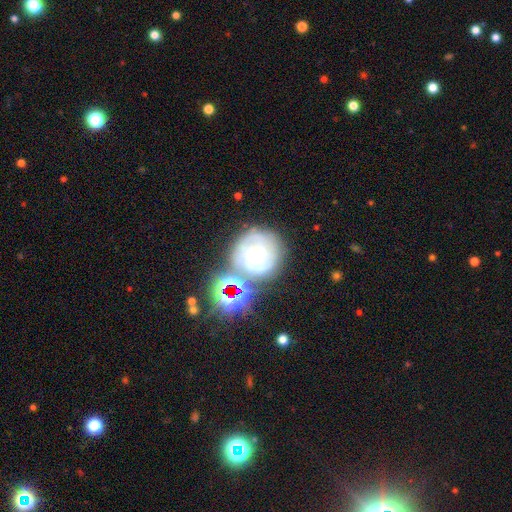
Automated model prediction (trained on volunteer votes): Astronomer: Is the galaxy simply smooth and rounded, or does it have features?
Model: featured or disk — 58%.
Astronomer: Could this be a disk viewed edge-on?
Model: no — 96%.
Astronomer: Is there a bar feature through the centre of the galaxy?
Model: no — 72%.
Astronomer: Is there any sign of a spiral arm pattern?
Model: yes — 64%.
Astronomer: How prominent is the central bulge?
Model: moderate — 63%.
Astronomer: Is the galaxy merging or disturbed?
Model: none — 56%.